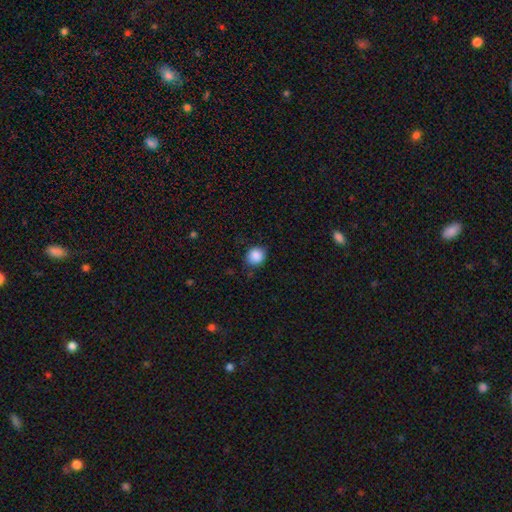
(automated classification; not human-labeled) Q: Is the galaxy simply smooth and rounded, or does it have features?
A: smooth — 88%.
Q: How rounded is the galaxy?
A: round — 81%.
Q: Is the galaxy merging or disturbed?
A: none — 82%.